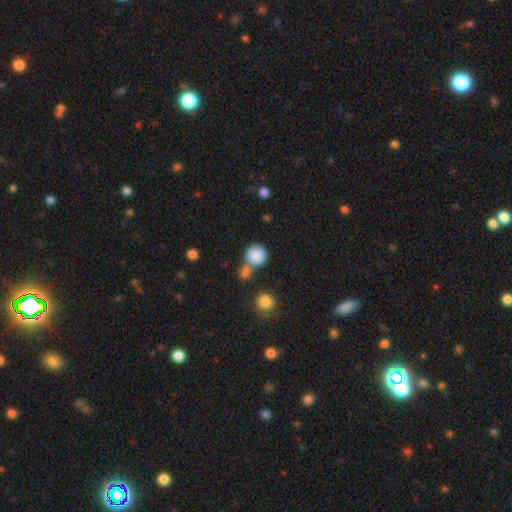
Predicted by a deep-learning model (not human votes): smooth 85%, star or artifact 9%, featured or disk 6%. Down the decision tree: how rounded — round (90%); merging — none (56%).